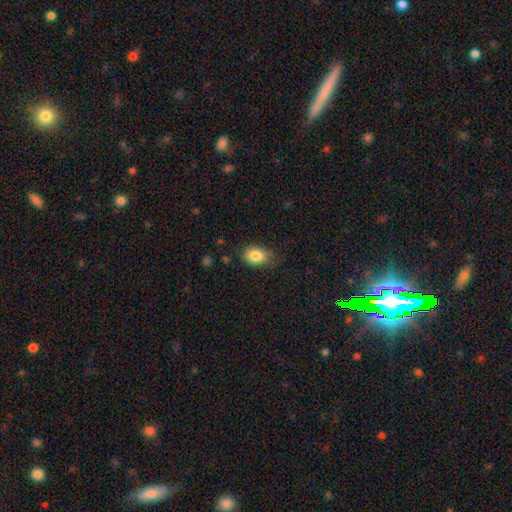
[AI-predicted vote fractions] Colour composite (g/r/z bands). It shows a smooth galaxy with no disk features (84%) that is in between round and cigar-shaped (80%). Merging: none (65%).